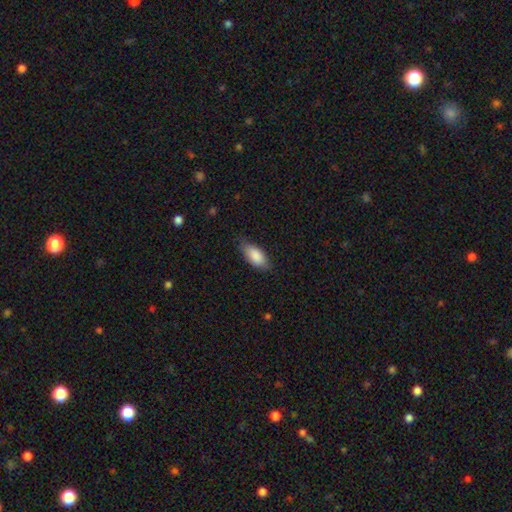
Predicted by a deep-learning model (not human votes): This is clearly a smooth galaxy (88%). How rounded: clearly in between (89%). Merging: likely none (76%).